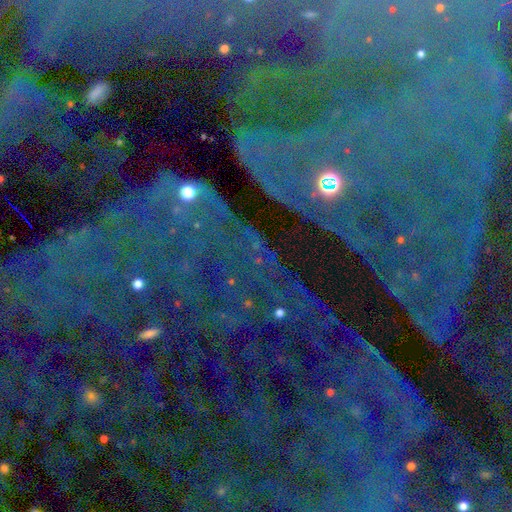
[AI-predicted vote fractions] Smooth or featured? star or artifact (87%)